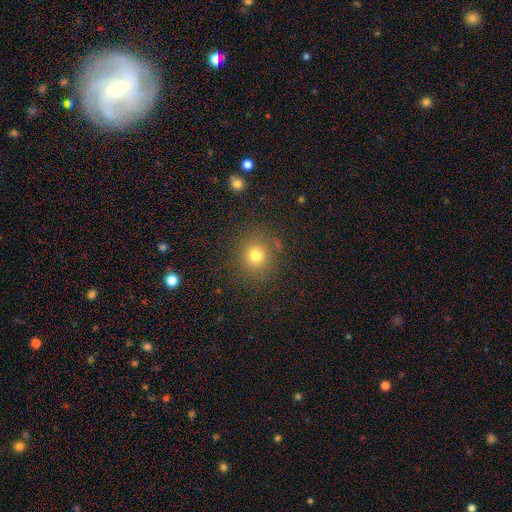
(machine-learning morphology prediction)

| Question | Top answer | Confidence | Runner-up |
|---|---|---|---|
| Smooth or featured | smooth | 75% | star or artifact (17%) |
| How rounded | round | 87% | in between (12%) |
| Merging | none | 84% | minor disturbance (10%) |